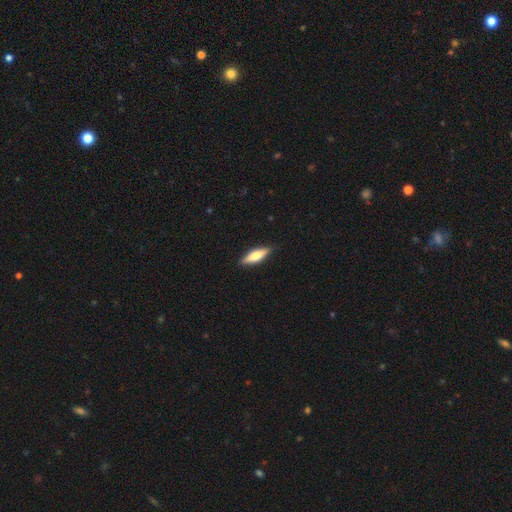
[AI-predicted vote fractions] Smooth or featured?
  - smooth: 56% *
  - featured or disk: 38%
  - star or artifact: 6%
How rounded?
  - cigar-shaped: 59% *
  - in between: 39%
  - round: 2%
Merging?
  - none: 88% *
  - minor disturbance: 9%
  - major disturbance: 2%
  - merger: 1%